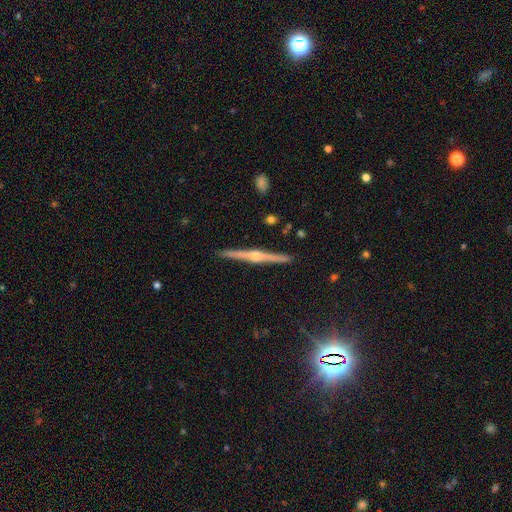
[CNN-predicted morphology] Smooth or featured: featured or disk — 84% (smooth — 9%)
Edge-on disk: yes — 99% (no — 1%)
Edge-on bulge: rounded — 90% (boxy — 6%)
Merging: none — 92% (minor disturbance — 5%)